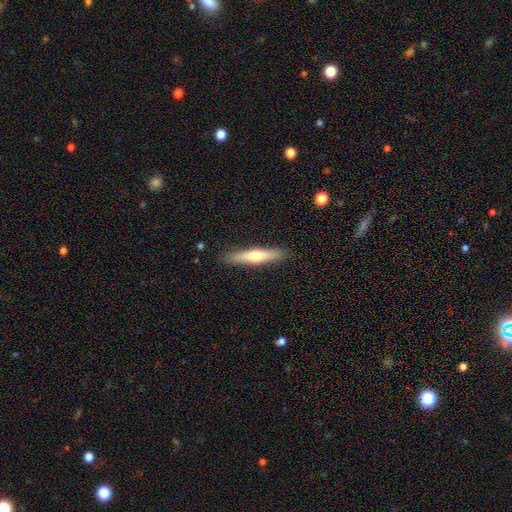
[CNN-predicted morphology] This is possibly a featured or disk galaxy (49%). Merging: clearly none (90%).